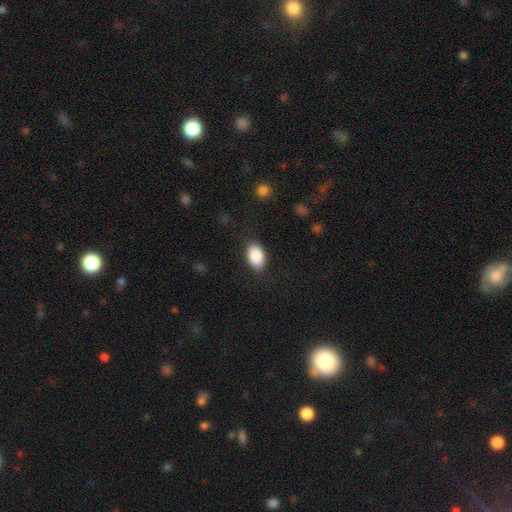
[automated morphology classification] Smooth or featured?
  - smooth: 88% *
  - star or artifact: 7%
  - featured or disk: 5%
How rounded?
  - in between: 91% *
  - round: 7%
  - cigar-shaped: 1%
Merging?
  - none: 85% *
  - minor disturbance: 11%
  - major disturbance: 3%
  - merger: 1%